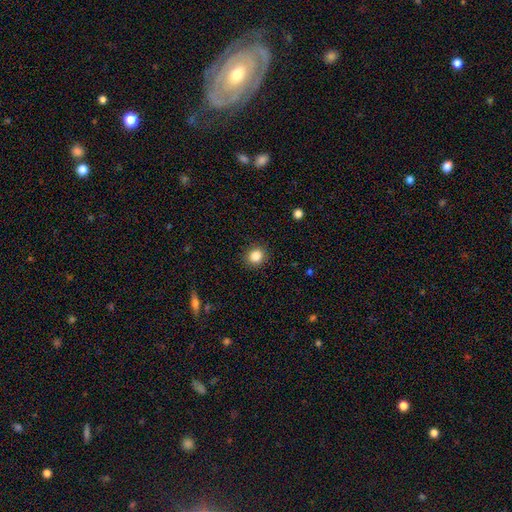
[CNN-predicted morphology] This appears to be a smooth galaxy with no disk features (85%) that is round (80%). Merging: none (89%).